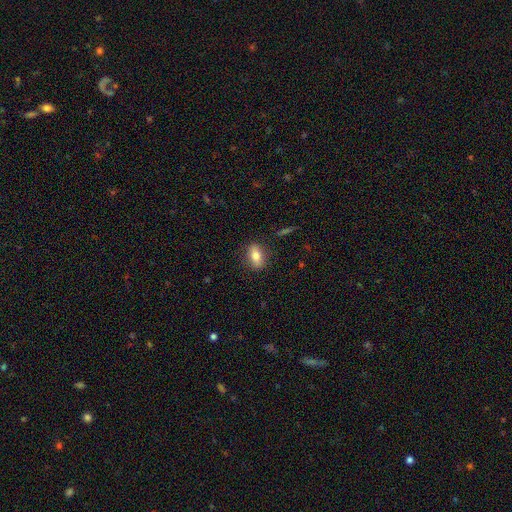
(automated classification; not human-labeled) This appears to be a smooth galaxy with no disk features (74%) that is in between round and cigar-shaped (78%). Merging: none (85%).